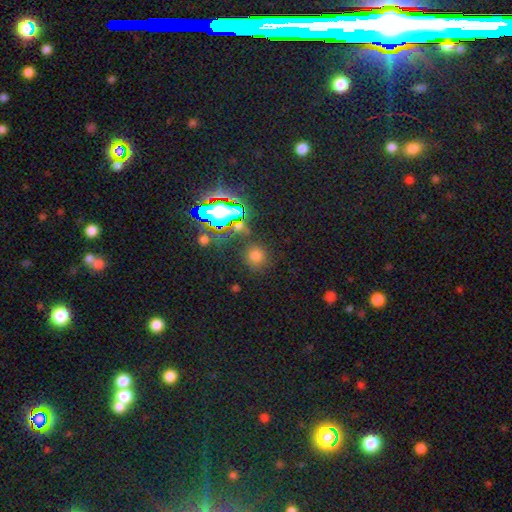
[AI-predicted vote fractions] The model was most divided on "smooth or featured": smooth: 65%, star or artifact: 28%, featured or disk: 7%. More confident: how rounded — round (89%); merging — none (82%).